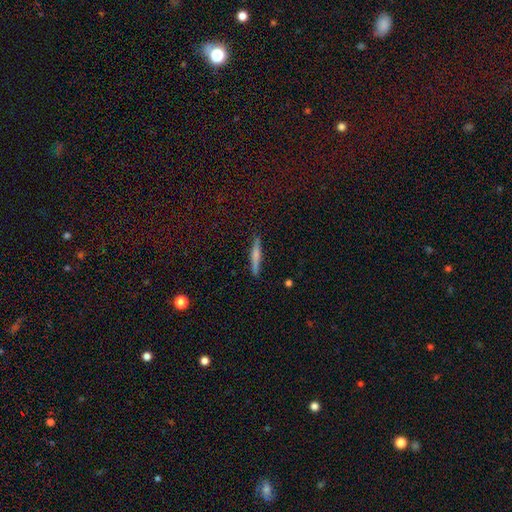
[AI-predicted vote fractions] Q: Smooth or featured?
A: smooth (52%); runner-up: featured or disk (40%)
Q: How rounded?
A: cigar-shaped (92%); runner-up: in between (6%)
Q: Merging?
A: none (89%); runner-up: minor disturbance (8%)